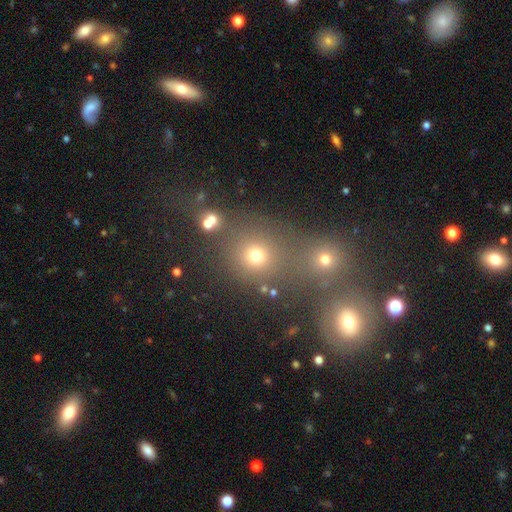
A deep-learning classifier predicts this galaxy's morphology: type=smooth (72%); roundness=round (86%); merging=none (61%).